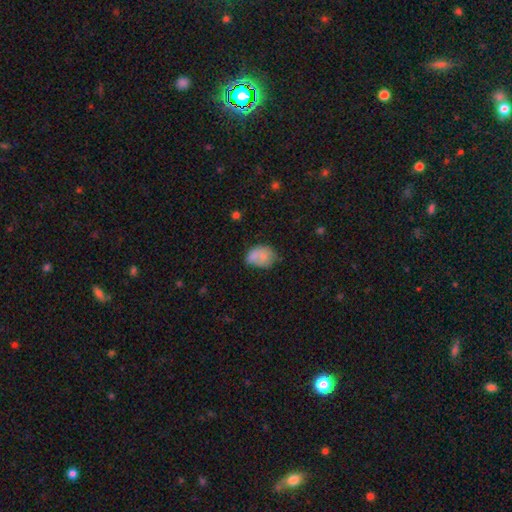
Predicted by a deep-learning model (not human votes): smooth-or-featured: smooth: 74% | featured or disk: 17% | star or artifact: 9%
  how-rounded: in between: 65% | round: 34% | cigar-shaped: 1%
  merging: none: 46% | minor disturbance: 30% | merger: 13% | major disturbance: 11%